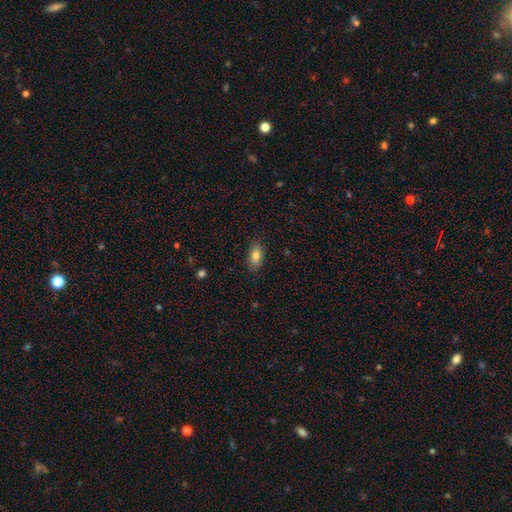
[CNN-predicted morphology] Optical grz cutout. It shows a smooth galaxy with no disk features (81%) that is in between round and cigar-shaped (89%). Merging: none (87%).